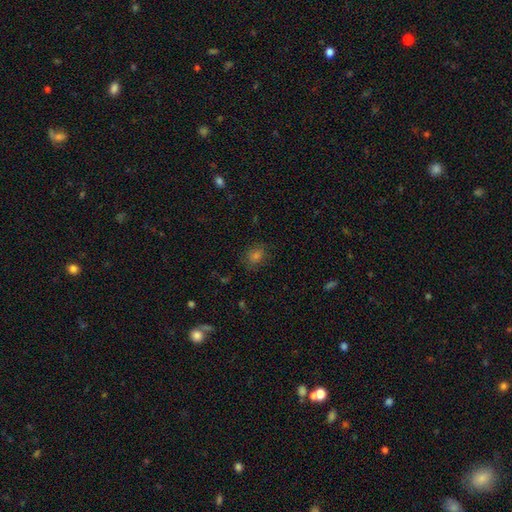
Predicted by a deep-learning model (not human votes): A smooth galaxy with no disk features (59%) that is round (57%). Merging: none (82%).